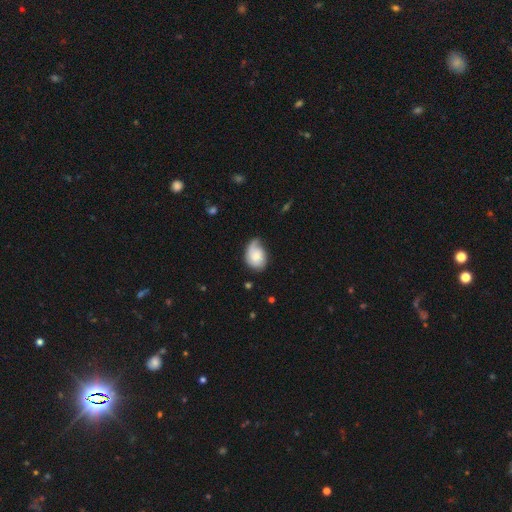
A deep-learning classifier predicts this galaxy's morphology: Smooth or featured?
  - smooth: 49% *
  - featured or disk: 44%
  - star or artifact: 7%
Merging?
  - none: 48% *
  - minor disturbance: 35%
  - major disturbance: 15%
  - merger: 2%